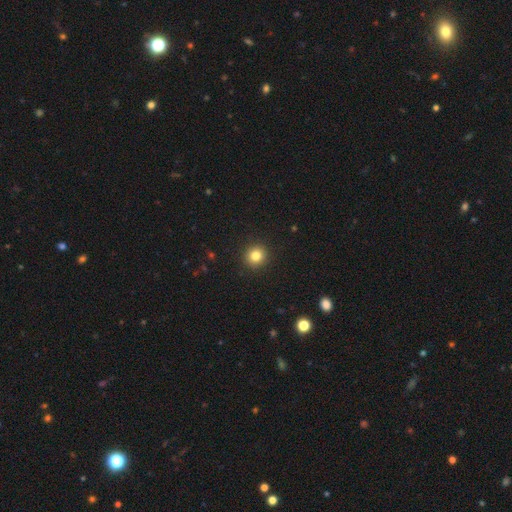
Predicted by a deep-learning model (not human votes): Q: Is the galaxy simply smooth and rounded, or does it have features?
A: smooth — 82%.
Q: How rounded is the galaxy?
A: round — 91%.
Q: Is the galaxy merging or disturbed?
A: none — 93%.